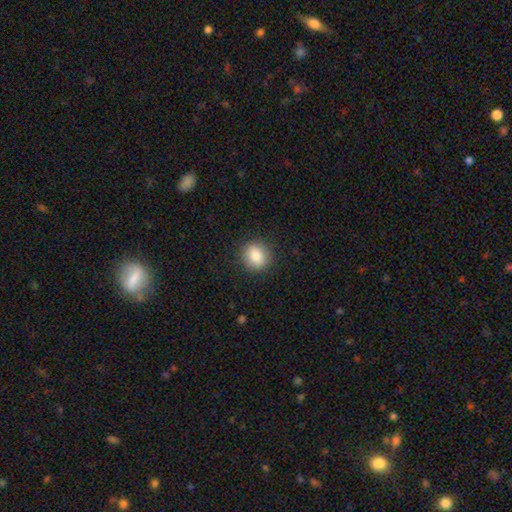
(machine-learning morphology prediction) A smooth galaxy with no disk features (85%) that is round (73%). Merging: none (88%).